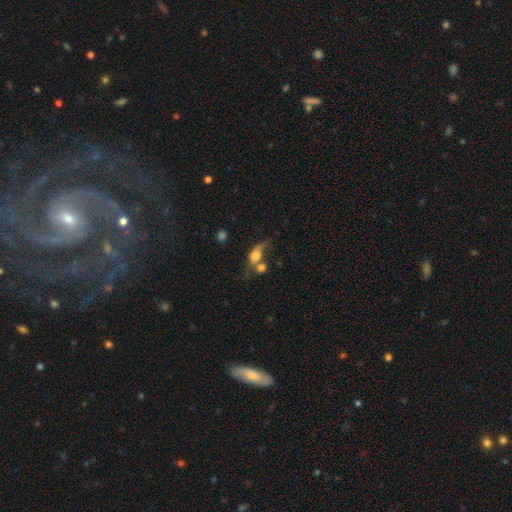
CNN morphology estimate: smooth-or-featured: smooth: 65% | featured or disk: 25% | star or artifact: 10%
  how-rounded: in between: 63% | round: 32% | cigar-shaped: 5%
  merging: merger: 50% | none: 20% | major disturbance: 18% | minor disturbance: 12%